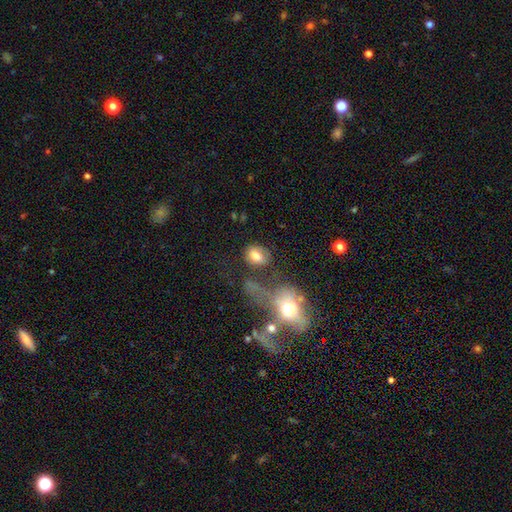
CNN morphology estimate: This appears to be a smooth galaxy with no disk features (73%) that is in between round and cigar-shaped (67%). Merging: none (52%).